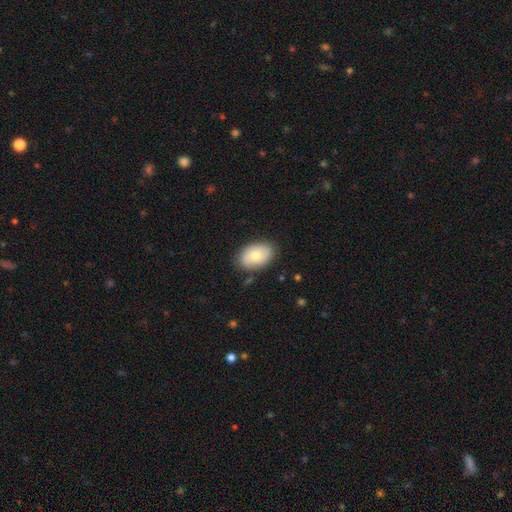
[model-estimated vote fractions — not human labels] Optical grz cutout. It shows a smooth galaxy with no disk features (75%) that is in between round and cigar-shaped (88%). Merging: none (83%).